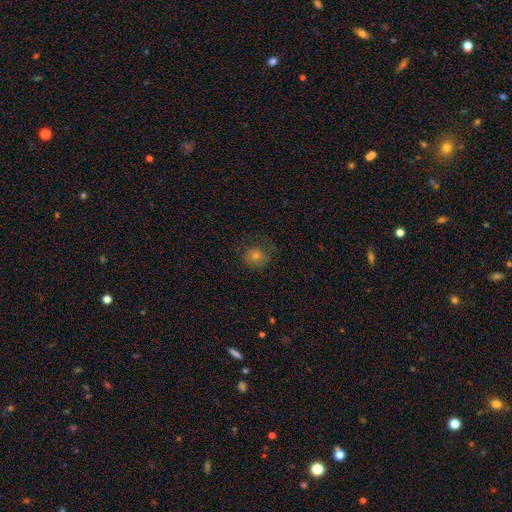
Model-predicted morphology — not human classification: Q: Smooth or featured?
A: smooth (46%); runner-up: featured or disk (40%)
Q: Merging?
A: none (64%); runner-up: minor disturbance (18%)